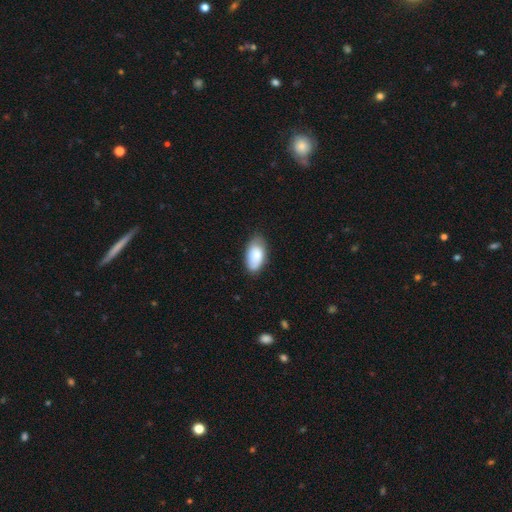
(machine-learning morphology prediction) Smooth or featured? Predicted: smooth (p=0.82). How rounded? Predicted: in between (p=0.94). Merging? Predicted: none (p=0.74).